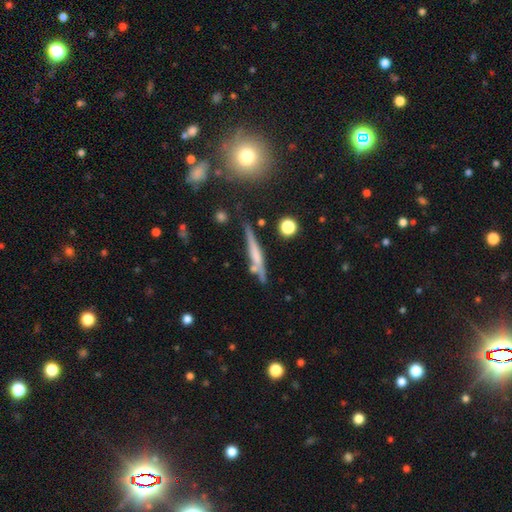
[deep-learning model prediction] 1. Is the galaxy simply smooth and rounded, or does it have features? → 53% featured or disk, 39% smooth, 9% star or artifact.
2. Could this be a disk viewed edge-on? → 93% yes, 7% no.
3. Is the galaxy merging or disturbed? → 72% none, 16% minor disturbance, 8% merger, 4% major disturbance.